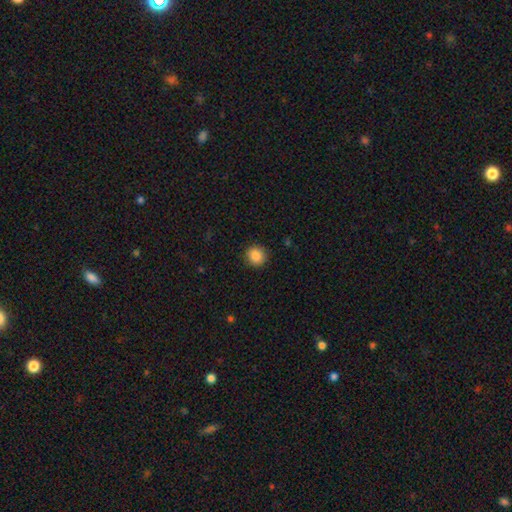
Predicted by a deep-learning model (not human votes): A smooth galaxy with no disk features (87%) that is round (90%).

Vote fractions:
- Smooth or featured? smooth: 87% / star or artifact: 9% / featured or disk: 4%
- How rounded? round: 90% / in between: 9% / cigar-shaped: 1%
- Merging? none: 91% / minor disturbance: 6% / major disturbance: 2% / merger: 1%